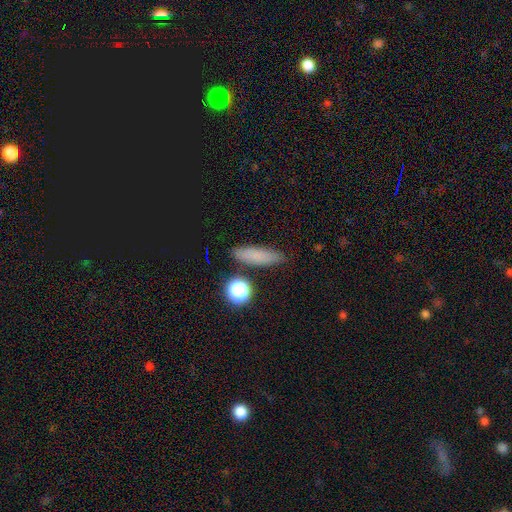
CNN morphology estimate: Overall: smooth (77%). How rounded: cigar-shaped (60%; in between 34%). Merging: none (84%).